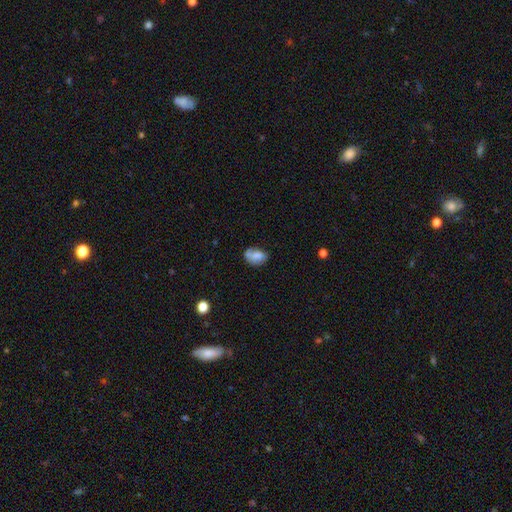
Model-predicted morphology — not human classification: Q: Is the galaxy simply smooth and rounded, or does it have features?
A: smooth — 69%.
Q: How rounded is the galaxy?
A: in between — 82%.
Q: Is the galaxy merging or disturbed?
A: none — 42%.